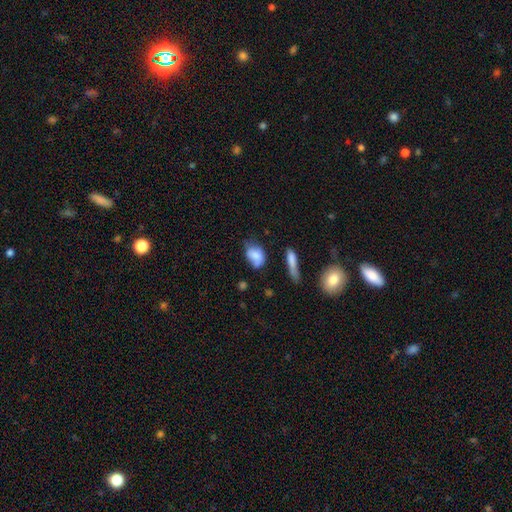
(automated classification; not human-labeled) Smooth or featured?
  - smooth: 73% *
  - featured or disk: 19%
  - star or artifact: 8%
How rounded?
  - in between: 75% *
  - round: 22%
  - cigar-shaped: 3%
Merging?
  - none: 40% *
  - minor disturbance: 35%
  - major disturbance: 15%
  - merger: 10%